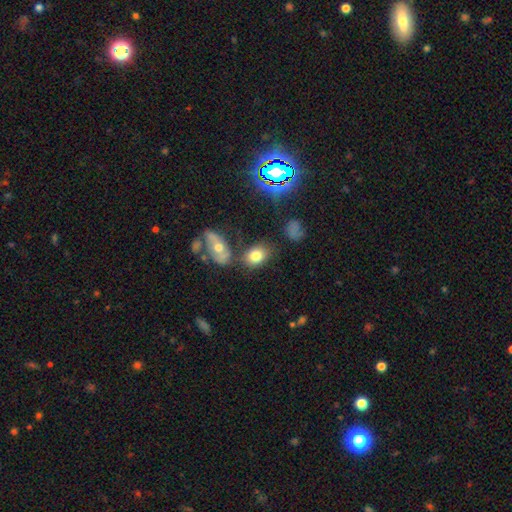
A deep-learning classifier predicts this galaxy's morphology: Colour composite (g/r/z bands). It shows a smooth galaxy with no disk features (75%) that is in between round and cigar-shaped (75%). Merging: none (61%).